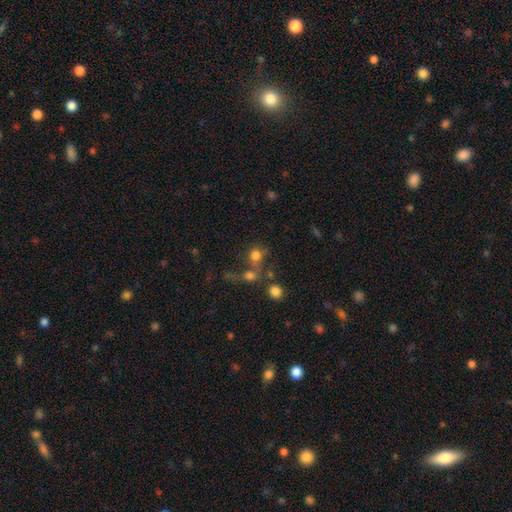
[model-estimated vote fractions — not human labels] The model was most divided on "merging": none: 41%, merger: 39%, minor disturbance: 10%, major disturbance: 10%. More confident: how rounded — round (77%); smooth or featured — smooth (74%).